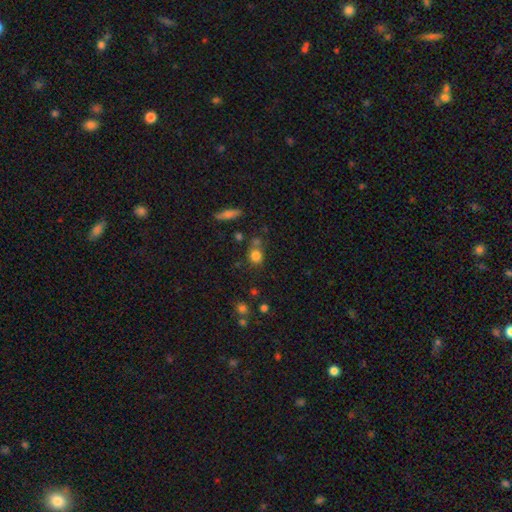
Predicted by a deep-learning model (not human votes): Smooth or featured? smooth (80%)
How rounded? round (75%)
Merging? none (60%)